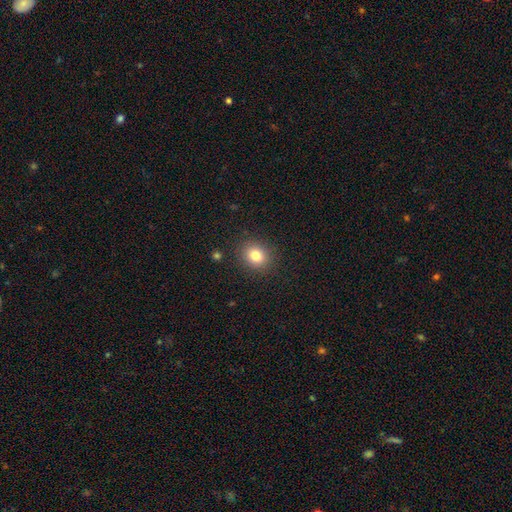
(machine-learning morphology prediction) A smooth galaxy with no disk features (80%) that is round (70%).

Vote fractions:
- Smooth or featured? smooth: 80% / star or artifact: 12% / featured or disk: 8%
- How rounded? round: 70% / in between: 29% / cigar-shaped: 1%
- Merging? none: 88% / minor disturbance: 8% / major disturbance: 3% / merger: 1%